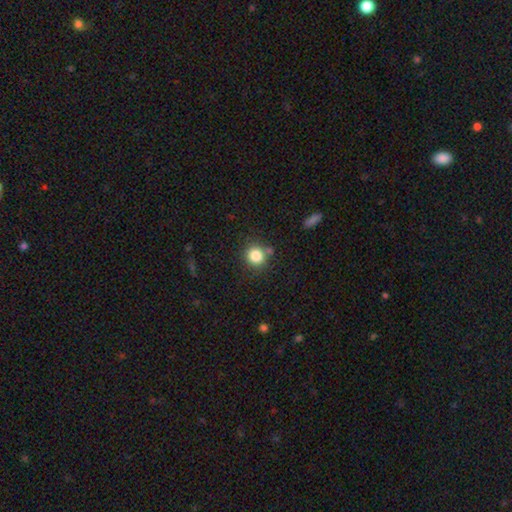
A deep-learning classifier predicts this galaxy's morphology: Smooth or featured? smooth (84%)
How rounded? round (90%)
Merging? none (79%)